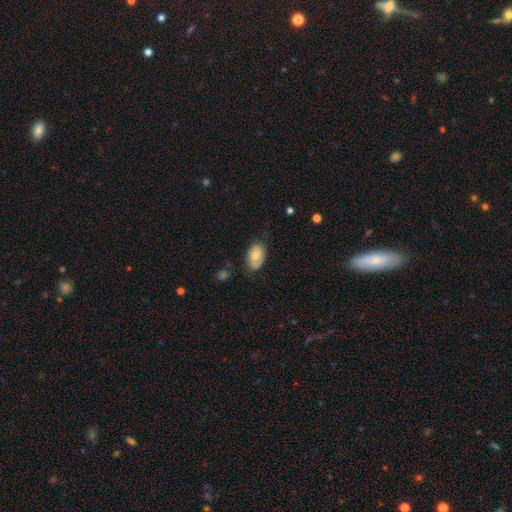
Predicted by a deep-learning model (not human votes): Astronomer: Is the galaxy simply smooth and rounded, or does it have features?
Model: smooth — 69%.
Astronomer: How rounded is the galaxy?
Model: in between — 92%.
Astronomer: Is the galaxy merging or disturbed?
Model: none — 73%.